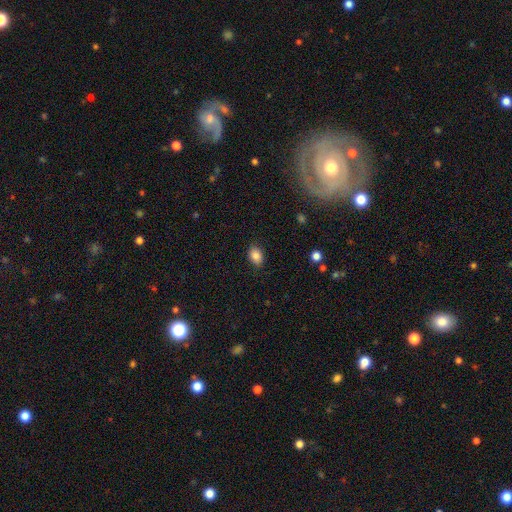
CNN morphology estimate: type=smooth (86%); roundness=in between (78%); merging=none (85%).